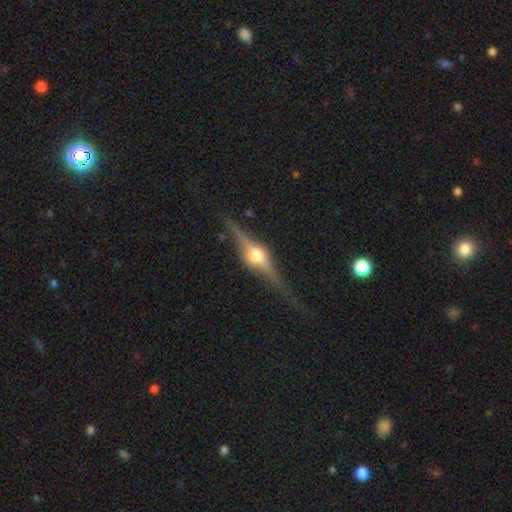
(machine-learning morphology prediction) This appears to be a featured or disk galaxy (85%) viewed edge-on (97%) with a rounded central bulge (94%). Merging: none (84%).